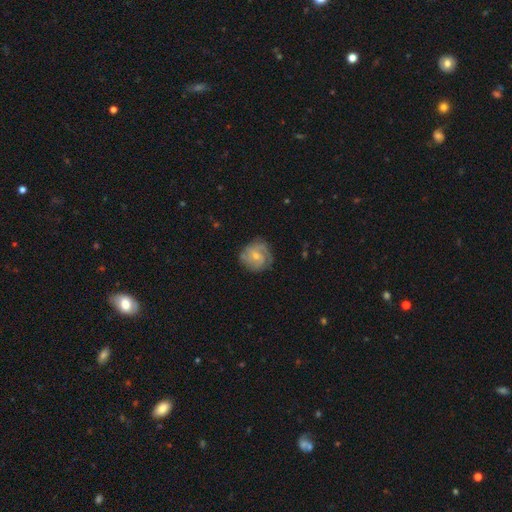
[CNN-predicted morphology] Smooth or featured: featured or disk — 70% (smooth — 23%)
Edge-on disk: no — 98% (yes — 2%)
Bar: no — 61% (weak — 34%)
Spiral arms: yes — 91% (no — 9%)
Spiral winding: tight — 51% (medium — 37%)
Spiral arm count: 2 — 29% (can't tell — 27%)
Bulge size: small — 63% (moderate — 33%)
Merging: none — 75% (minor disturbance — 18%)